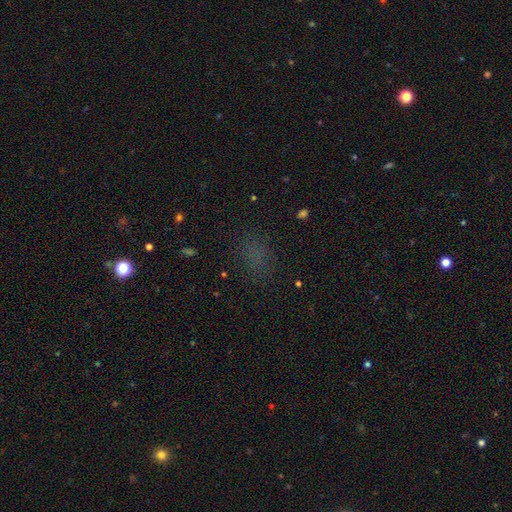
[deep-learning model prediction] Q: Smooth or featured?
A: smooth (59%); runner-up: star or artifact (33%)
Q: How rounded?
A: in between (56%); runner-up: round (41%)
Q: Merging?
A: none (79%); runner-up: minor disturbance (12%)